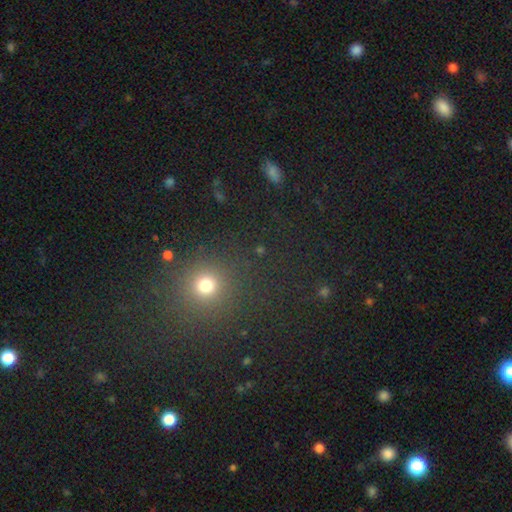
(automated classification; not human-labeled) smooth 57%, star or artifact 37%, featured or disk 6%. Down the decision tree: how rounded — round (90%); merging — none (90%).